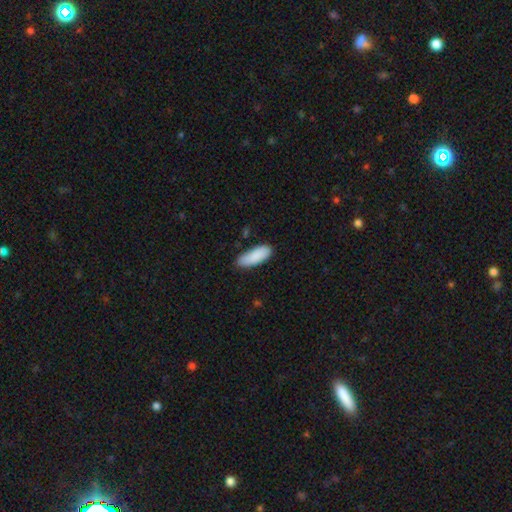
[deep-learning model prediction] smooth-or-featured: smooth: 89% | star or artifact: 6% | featured or disk: 6%
  how-rounded: in between: 71% | cigar-shaped: 27% | round: 2%
  merging: none: 76% | minor disturbance: 19% | major disturbance: 3% | merger: 2%